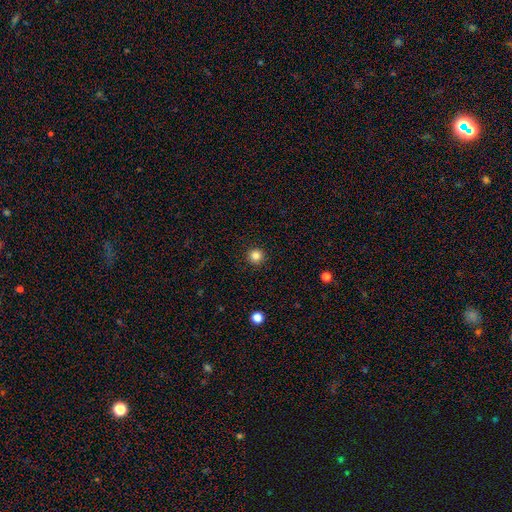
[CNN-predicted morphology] This is clearly a smooth galaxy (84%). How rounded: clearly round (96%). Merging: clearly none (93%).